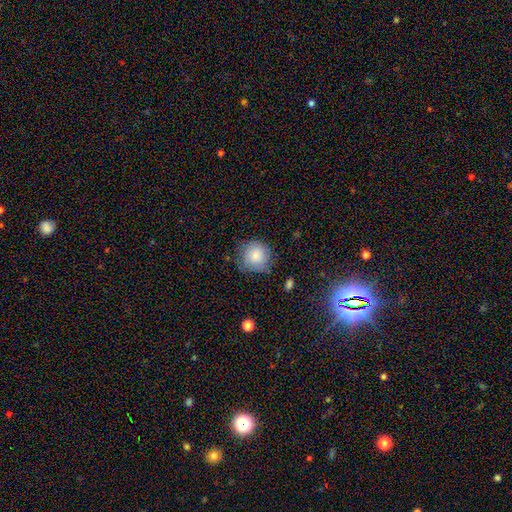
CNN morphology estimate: Smooth or featured? Predicted: smooth (p=0.79). How rounded? Predicted: round (p=0.91). Merging? Predicted: none (p=0.71).